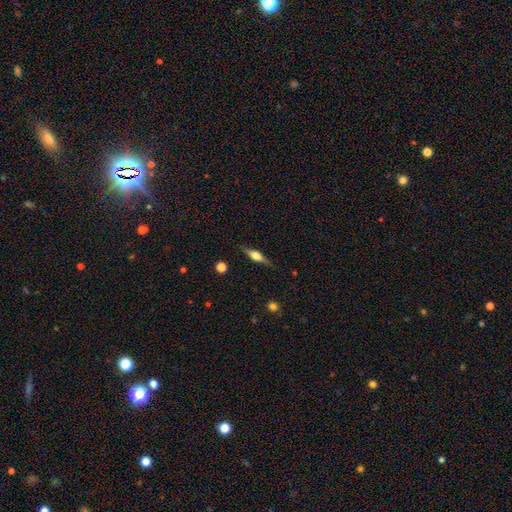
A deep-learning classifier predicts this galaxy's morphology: A featured or disk galaxy (65%) viewed edge-on (96%) with a rounded central bulge (86%).

Vote fractions:
- Smooth or featured? featured or disk: 65% / smooth: 29% / star or artifact: 7%
- Edge-on disk? yes: 96% / no: 4%
- Edge-on bulge? rounded: 86% / boxy: 12% / none: 2%
- Merging? none: 85% / minor disturbance: 11% / major disturbance: 3% / merger: 1%